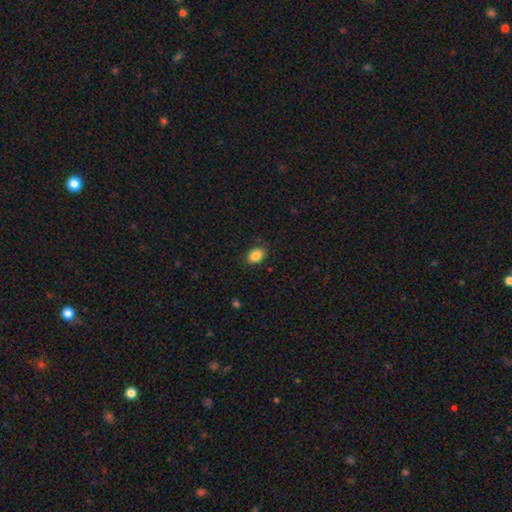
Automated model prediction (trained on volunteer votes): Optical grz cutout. It shows a smooth galaxy with no disk features (86%) that is in between round and cigar-shaped (79%). Merging: none (84%).